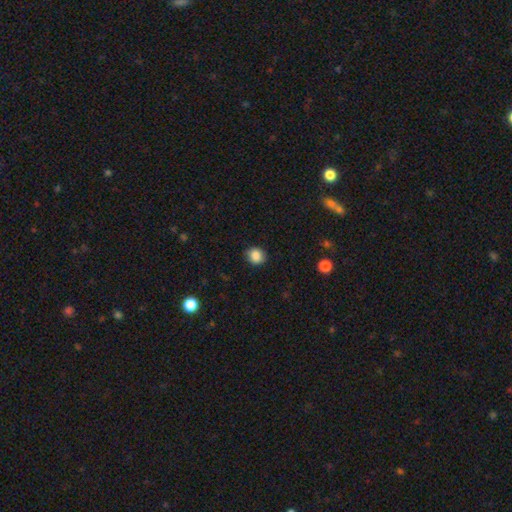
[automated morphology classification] smooth-or-featured: smooth: 87% | star or artifact: 9% | featured or disk: 4%
  how-rounded: round: 77% | in between: 22% | cigar-shaped: 1%
  merging: none: 85% | minor disturbance: 11% | major disturbance: 3% | merger: 1%